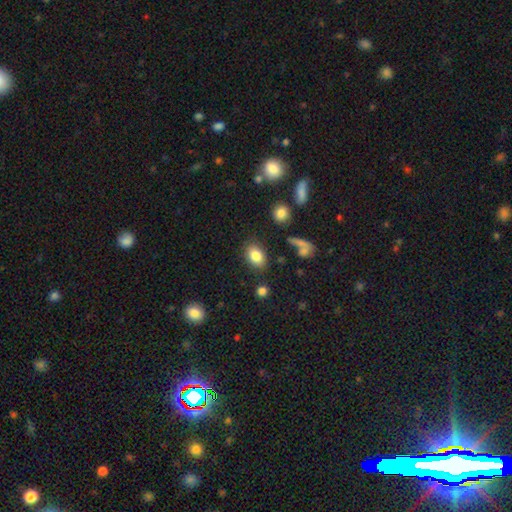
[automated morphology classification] smooth_or_featured: smooth (p=0.82) [alt: featured or disk p=0.09]
how_rounded: in between (p=0.81) [alt: round p=0.18]
merging: none (p=0.82) [alt: minor disturbance p=0.11]